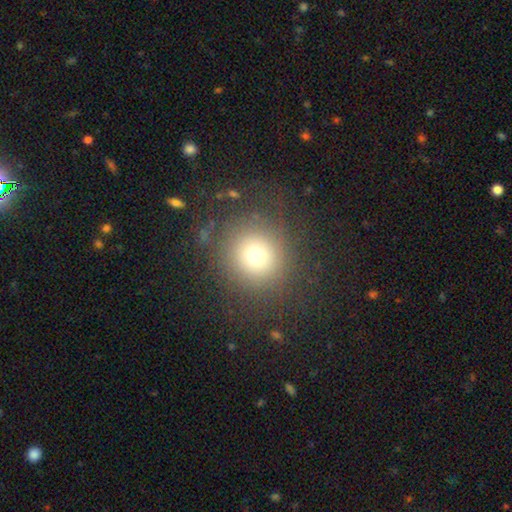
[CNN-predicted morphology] A smooth galaxy with no disk features (71%) that is round (93%).

Vote fractions:
- Smooth or featured? smooth: 71% / star or artifact: 16% / featured or disk: 12%
- How rounded? round: 93% / in between: 6% / cigar-shaped: 1%
- Merging? none: 84% / minor disturbance: 8% / major disturbance: 6% / merger: 1%